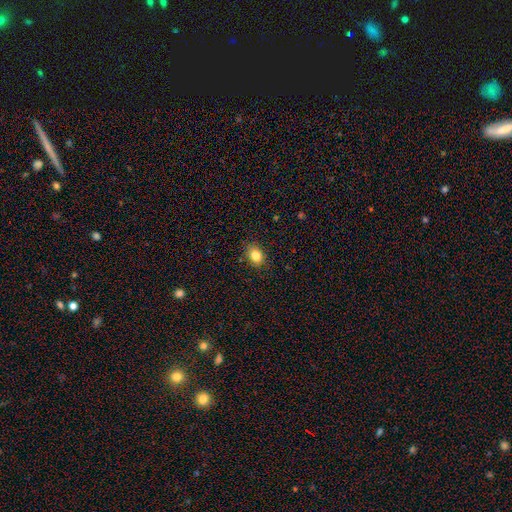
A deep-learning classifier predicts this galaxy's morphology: Smooth or featured? smooth (84%)
How rounded? in between (65%)
Merging? none (86%)